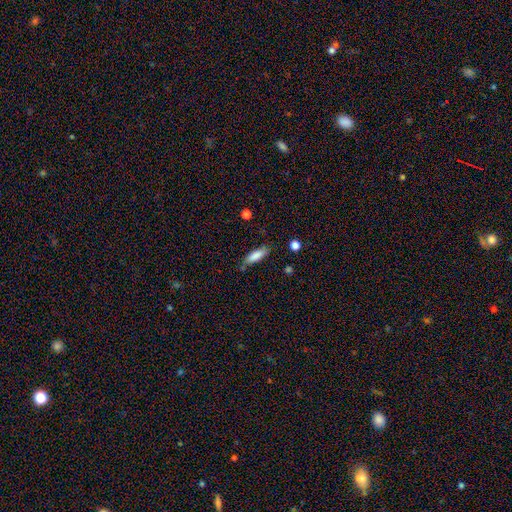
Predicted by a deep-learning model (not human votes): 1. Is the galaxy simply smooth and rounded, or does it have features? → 80% smooth, 13% featured or disk, 7% star or artifact.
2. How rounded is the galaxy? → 52% cigar-shaped, 46% in between, 2% round.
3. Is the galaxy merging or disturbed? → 70% none, 22% minor disturbance, 5% major disturbance, 4% merger.